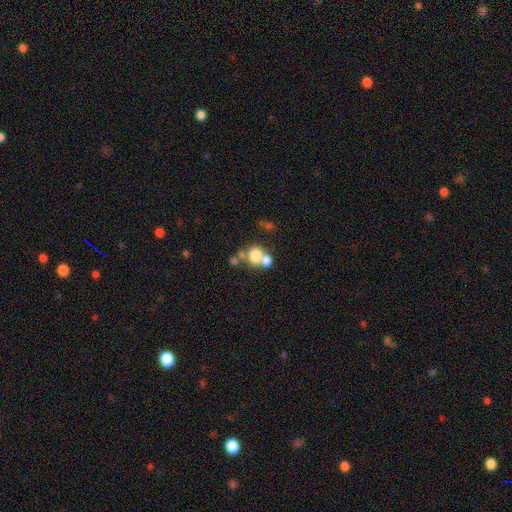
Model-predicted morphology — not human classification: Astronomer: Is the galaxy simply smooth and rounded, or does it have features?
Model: smooth — 71%.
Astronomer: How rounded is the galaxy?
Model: round — 62% (runner-up: in between, 37%).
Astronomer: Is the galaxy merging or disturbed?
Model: merger — 56%.